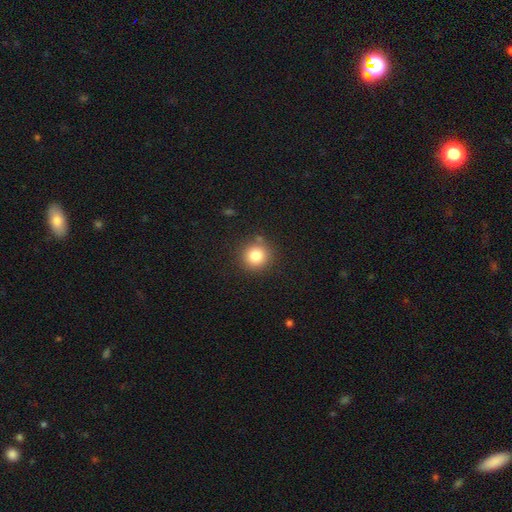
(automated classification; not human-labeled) This is clearly a smooth galaxy (82%). How rounded: clearly round (93%). Merging: clearly none (86%).